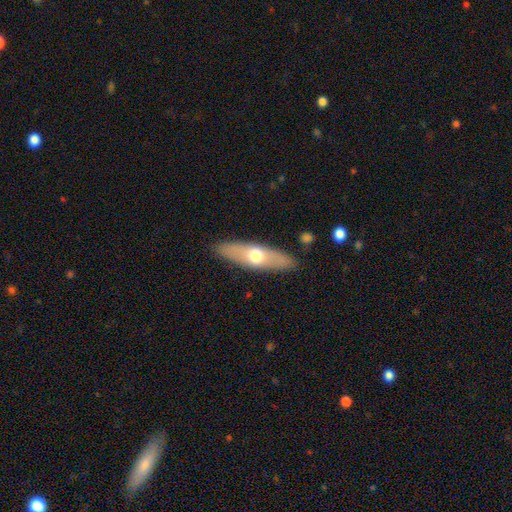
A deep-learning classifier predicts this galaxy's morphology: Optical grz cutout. It shows a smooth galaxy with no disk features (54%) that is cigar-shaped (57%). Merging: none (88%).